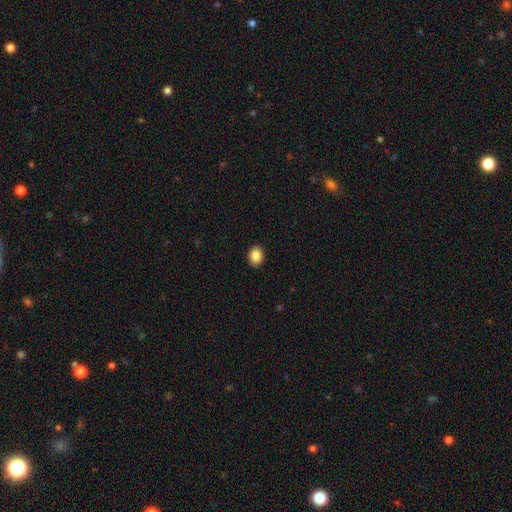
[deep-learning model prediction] smooth-or-featured: smooth: 88% | star or artifact: 9% | featured or disk: 4%
  how-rounded: round: 50% | in between: 49% | cigar-shaped: 1%
  merging: none: 90% | minor disturbance: 7% | major disturbance: 2% | merger: 1%